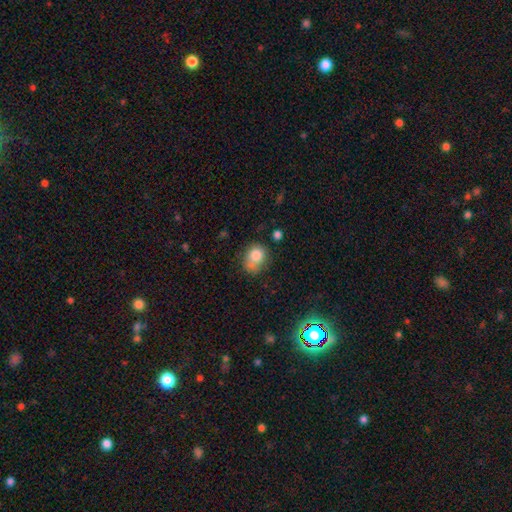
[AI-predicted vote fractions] Smooth or featured? Predicted: smooth (p=0.80). How rounded? Predicted: round (p=0.53). Merging? Predicted: none (p=0.44).